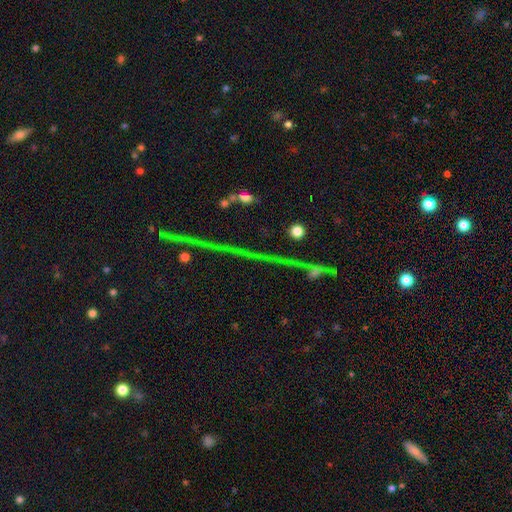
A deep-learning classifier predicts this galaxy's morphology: This is likely a star or artifact rather than a galaxy (73%).